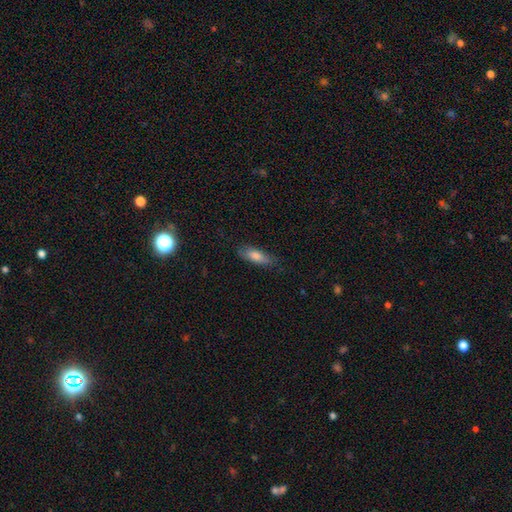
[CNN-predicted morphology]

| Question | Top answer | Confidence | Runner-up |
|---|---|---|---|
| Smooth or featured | smooth | 73% | featured or disk (19%) |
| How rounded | in between | 57% | cigar-shaped (40%) |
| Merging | none | 79% | minor disturbance (17%) |